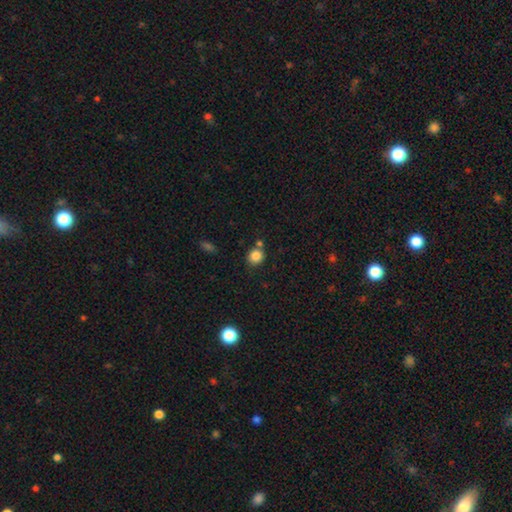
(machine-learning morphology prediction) type=smooth (84%); roundness=round (84%); merging=none (71%).